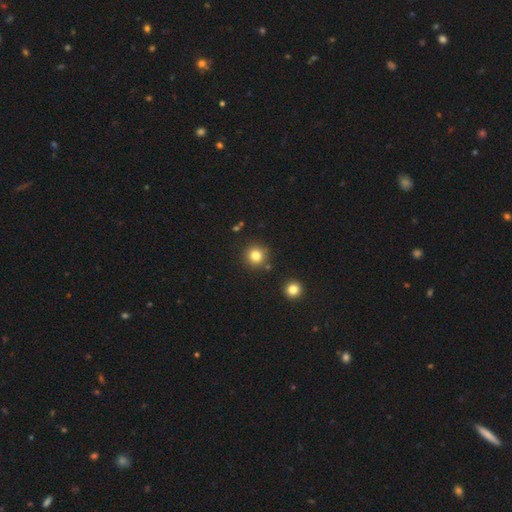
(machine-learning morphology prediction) Smooth or featured? Predicted: smooth (p=0.81). How rounded? Predicted: round (p=0.94). Merging? Predicted: none (p=0.85).